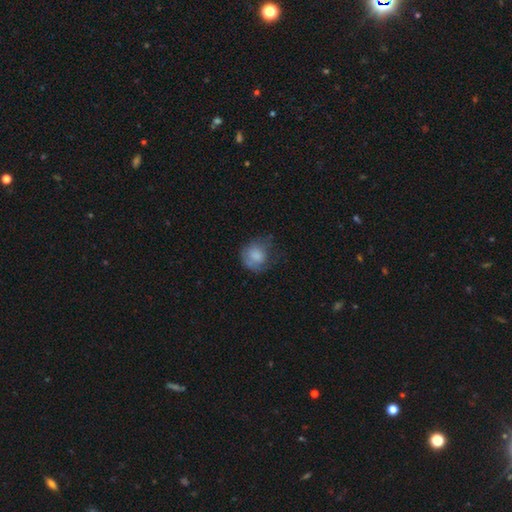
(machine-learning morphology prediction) type=smooth (71%); roundness=round (73%); merging=none (42%).